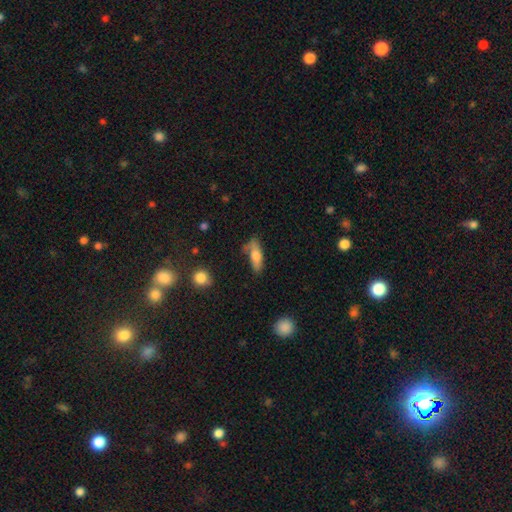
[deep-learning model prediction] Overall: smooth (71%). How rounded: in between (54%; cigar-shaped 43%). Merging: none (56%; minor disturbance 26%).